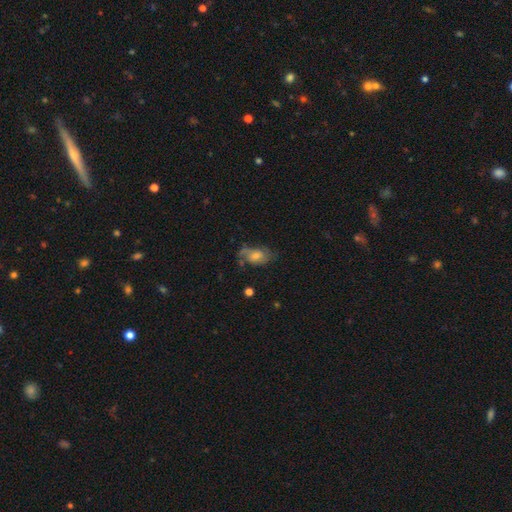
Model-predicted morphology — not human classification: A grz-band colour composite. It shows a featured or disk galaxy (51%). Merging: none (46%).